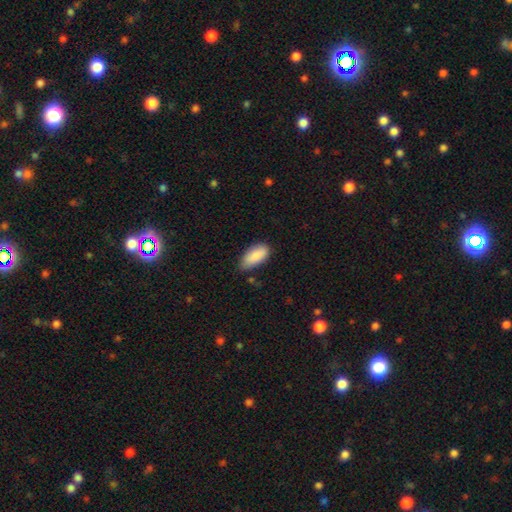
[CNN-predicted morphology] Overall: smooth (88%). How rounded: in between (89%). Merging: none (65%; minor disturbance 28%).